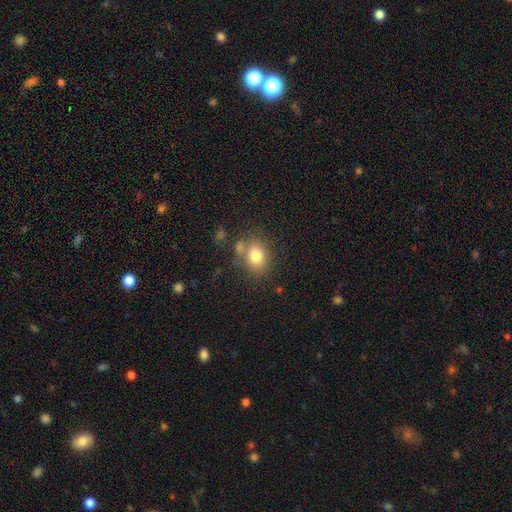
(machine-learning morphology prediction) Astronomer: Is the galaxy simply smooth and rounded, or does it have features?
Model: smooth — 78%.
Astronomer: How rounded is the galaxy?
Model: in between — 51% (runner-up: round, 47%).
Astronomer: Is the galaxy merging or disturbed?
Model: none — 66%.